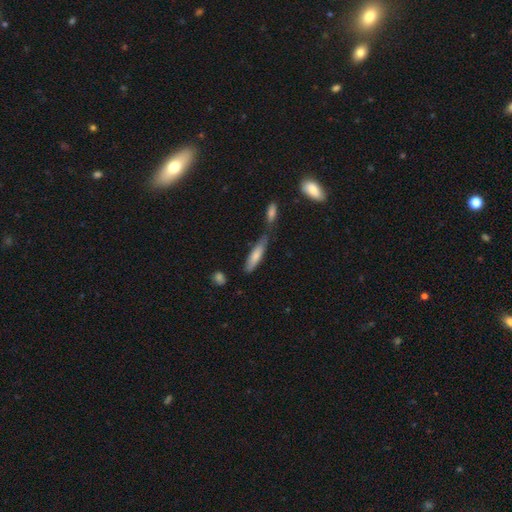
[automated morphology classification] Overall: smooth (75%). How rounded: cigar-shaped (75%). Merging: none (53%; merger 21%).